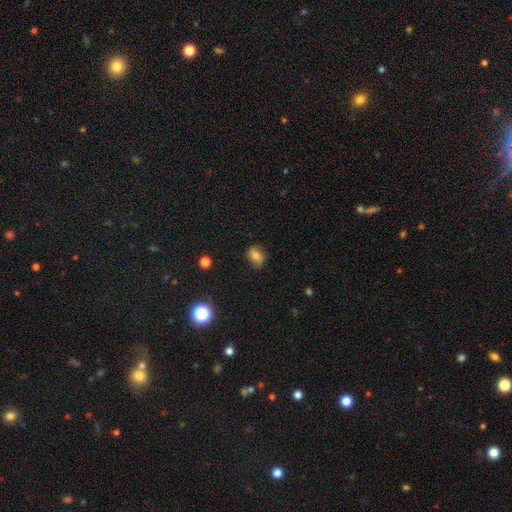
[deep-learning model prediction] Morphology: type=smooth (72%); roundness=in between (56%); merging=none (77%).